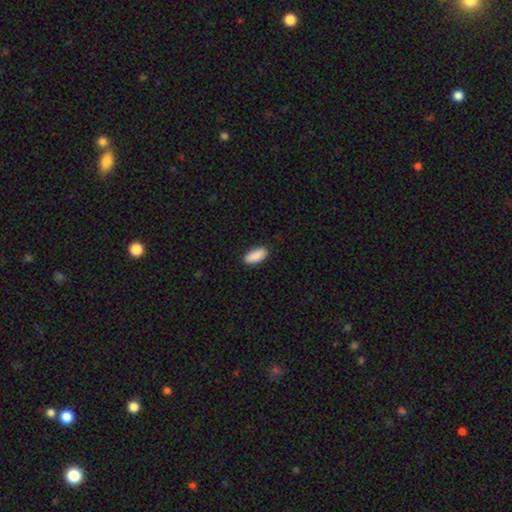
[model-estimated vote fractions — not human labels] A smooth galaxy with no disk features (91%) that is in between round and cigar-shaped (88%).

Vote fractions:
- Smooth or featured? smooth: 91% / star or artifact: 6% / featured or disk: 3%
- How rounded? in between: 88% / cigar-shaped: 11% / round: 2%
- Merging? none: 88% / minor disturbance: 9% / major disturbance: 2% / merger: 1%